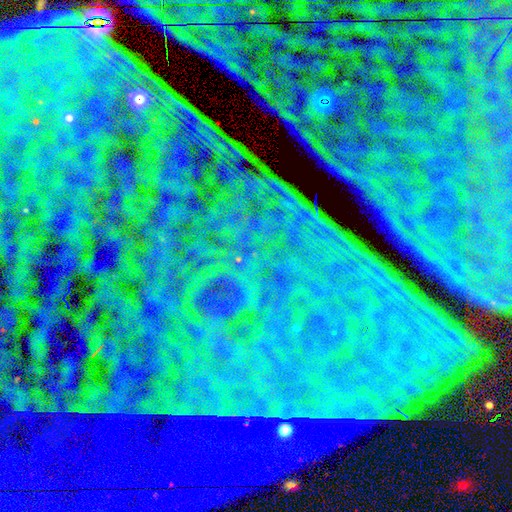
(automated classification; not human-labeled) A star or artifact, not a galaxy (88%).

Vote fractions:
- Smooth or featured? star or artifact: 88% / featured or disk: 7% / smooth: 6%